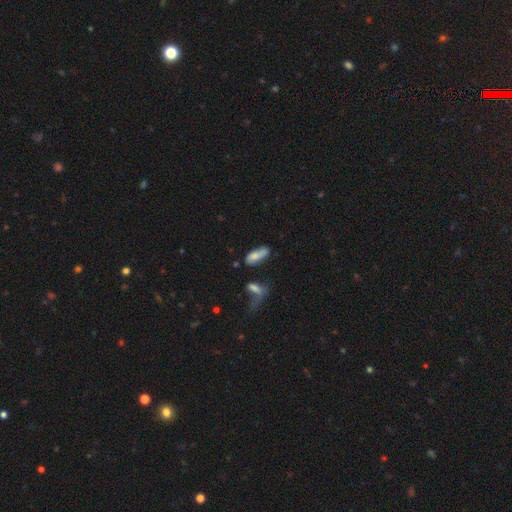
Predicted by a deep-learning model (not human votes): smooth_or_featured: smooth (p=0.70) [alt: featured or disk p=0.22]
how_rounded: in between (p=0.72) [alt: cigar-shaped p=0.25]
merging: none (p=0.53) [alt: minor disturbance p=0.25]